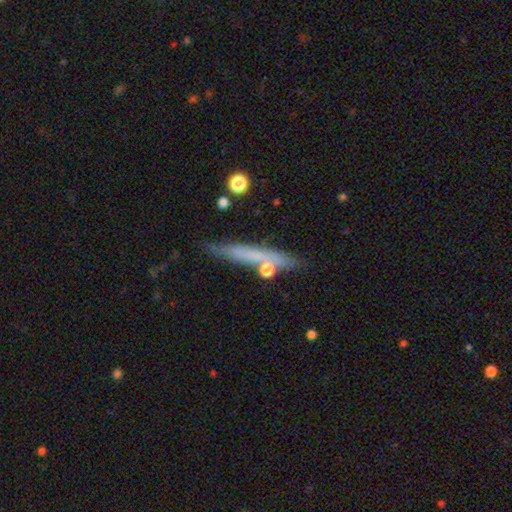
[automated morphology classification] This is possibly a smooth galaxy (48%). Merging: likely none (77%).